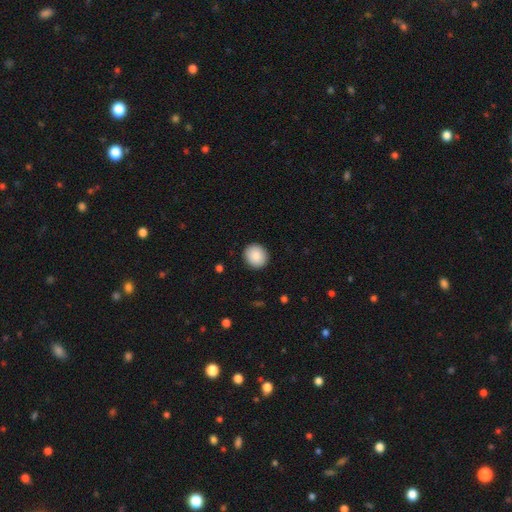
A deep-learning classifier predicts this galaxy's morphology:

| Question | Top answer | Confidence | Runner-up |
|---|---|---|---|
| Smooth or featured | smooth | 88% | star or artifact (7%) |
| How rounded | round | 87% | in between (12%) |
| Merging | none | 92% | minor disturbance (6%) |